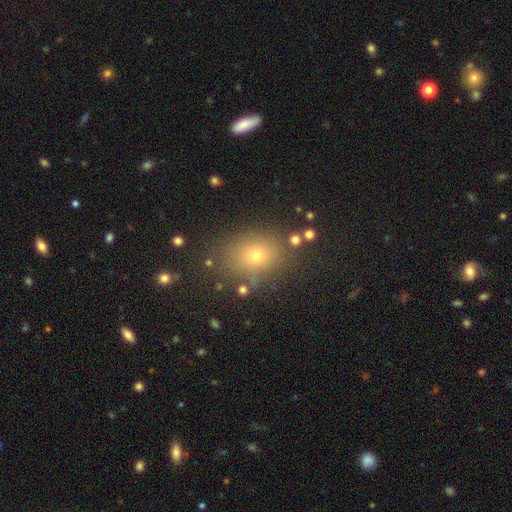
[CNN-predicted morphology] Smooth or featured? Predicted: smooth (p=0.71). How rounded? Predicted: in between (p=0.56). Merging? Predicted: none (p=0.79).